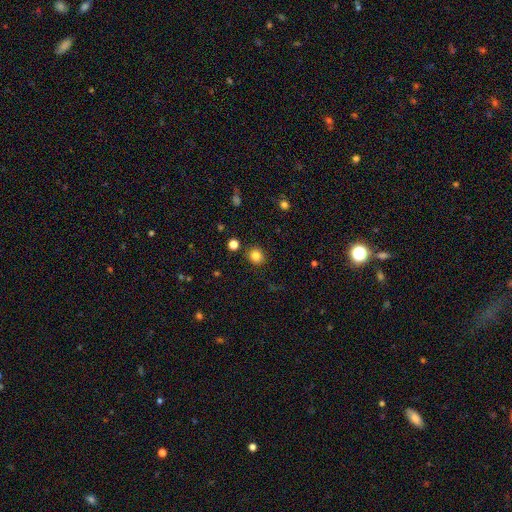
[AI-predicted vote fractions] The model was most divided on "smooth or featured": smooth: 83%, star or artifact: 12%, featured or disk: 5%. More confident: merging — none (89%); how rounded — round (85%).